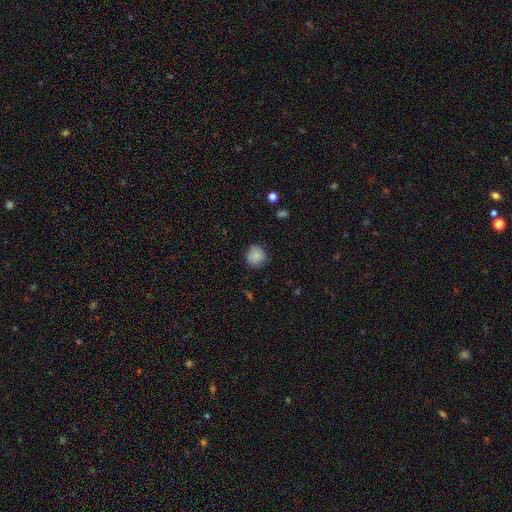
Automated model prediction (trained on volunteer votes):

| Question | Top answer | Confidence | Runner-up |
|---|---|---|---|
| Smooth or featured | smooth | 84% | star or artifact (8%) |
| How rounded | round | 90% | in between (9%) |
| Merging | none | 82% | minor disturbance (14%) |